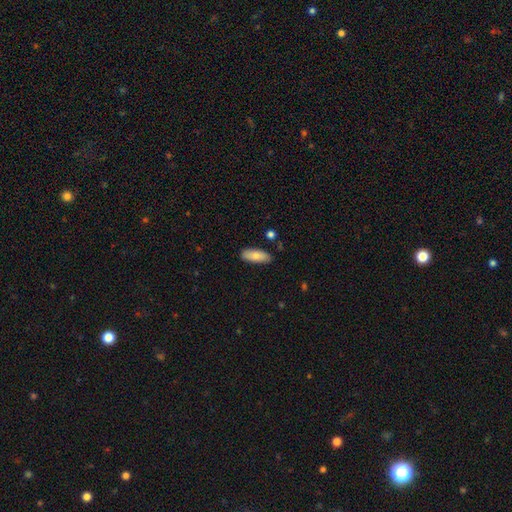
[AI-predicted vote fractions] Q: Smooth or featured?
A: smooth (80%); runner-up: featured or disk (14%)
Q: How rounded?
A: in between (76%); runner-up: cigar-shaped (22%)
Q: Merging?
A: none (85%); runner-up: minor disturbance (11%)